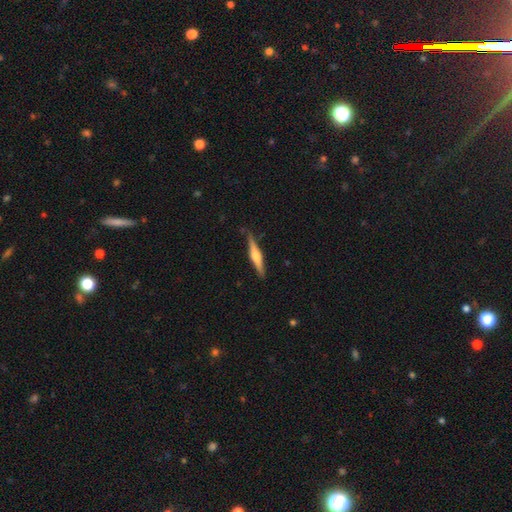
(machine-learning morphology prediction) This appears to be a featured or disk galaxy (62%) viewed edge-on (97%) with a rounded central bulge (86%). Merging: none (85%).